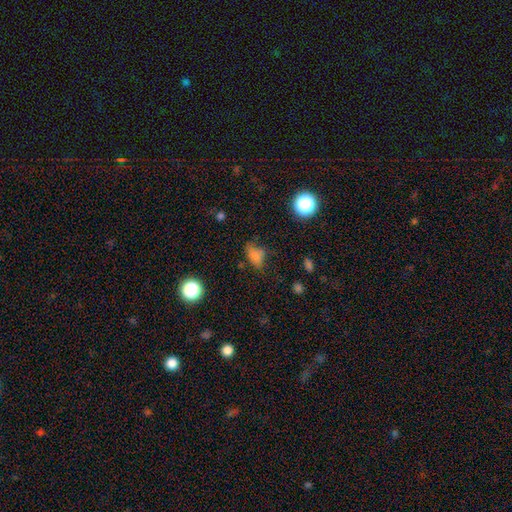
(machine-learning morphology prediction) This appears to be a smooth galaxy with no disk features (73%) that is in between round and cigar-shaped (80%). Merging: none (49%).